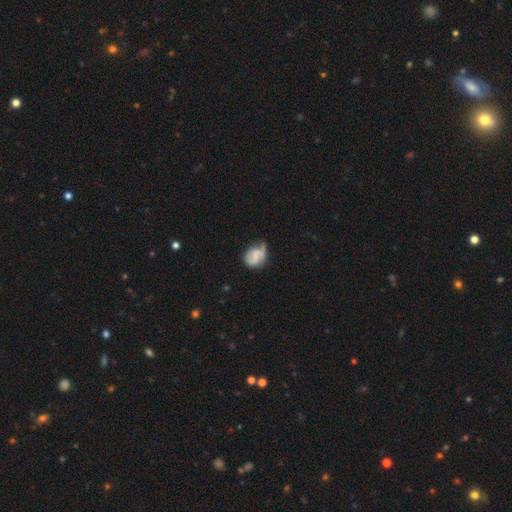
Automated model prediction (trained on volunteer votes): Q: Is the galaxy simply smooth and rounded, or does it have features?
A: smooth — 50%.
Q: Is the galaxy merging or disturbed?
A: none — 42%.